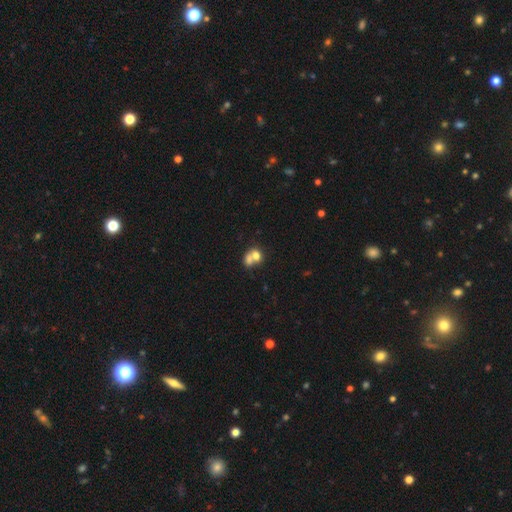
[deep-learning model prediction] Morphology: type=smooth (68%); roundness=round (53%); merging=merger (66%).